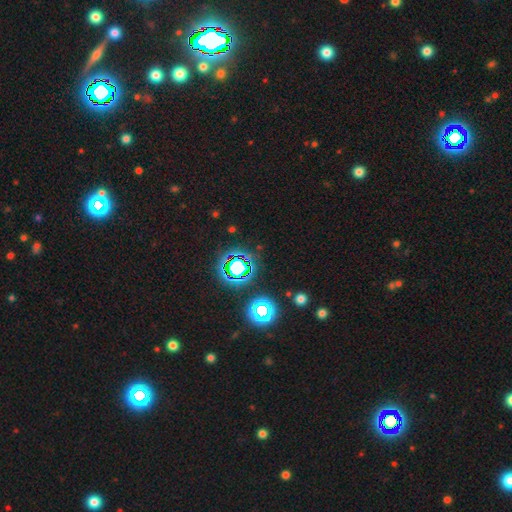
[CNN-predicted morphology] smooth-or-featured: star or artifact: 80% | smooth: 13% | featured or disk: 7%